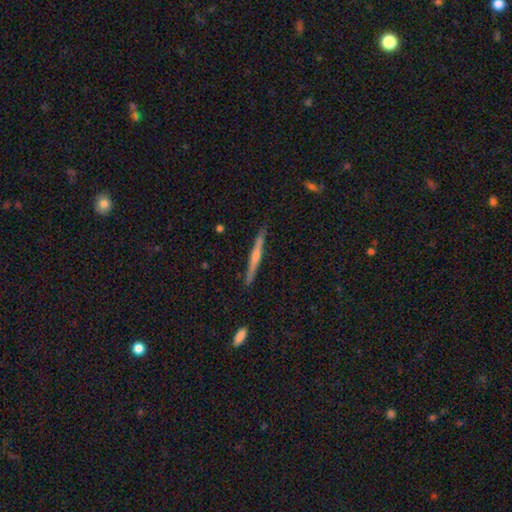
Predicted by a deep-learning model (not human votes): The model was most divided on "smooth or featured": featured or disk: 67%, smooth: 22%, star or artifact: 11%. More confident: edge-on disk — yes (97%); merging — none (89%); edge-on bulge — rounded (71%).